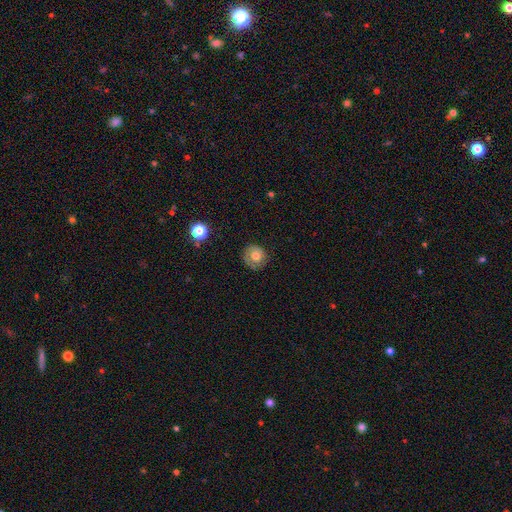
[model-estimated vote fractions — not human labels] A smooth galaxy with no disk features (65%) that is round (88%).

Vote fractions:
- Smooth or featured? smooth: 65% / featured or disk: 26% / star or artifact: 9%
- How rounded? round: 88% / in between: 11% / cigar-shaped: 1%
- Merging? none: 79% / minor disturbance: 15% / major disturbance: 5% / merger: 1%